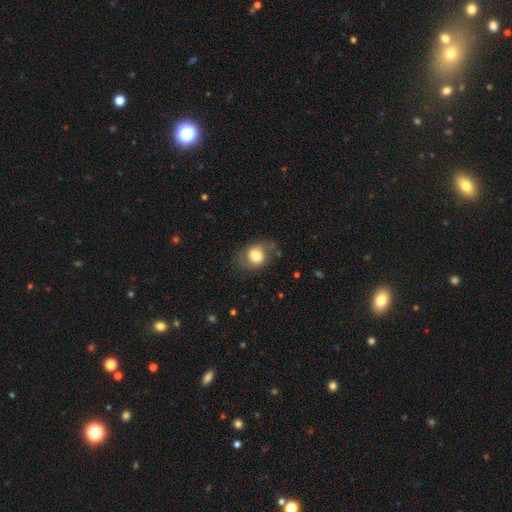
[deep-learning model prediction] A smooth galaxy with no disk features (71%) that is round (52%). Merging: none (67%).